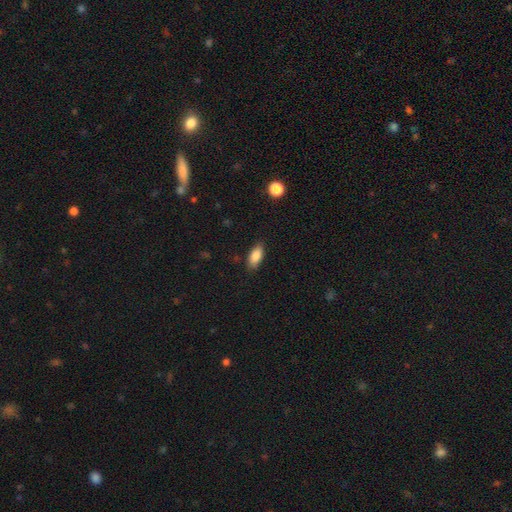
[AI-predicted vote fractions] Smooth or featured? Predicted: smooth (p=0.86). How rounded? Predicted: in between (p=0.86). Merging? Predicted: none (p=0.83).